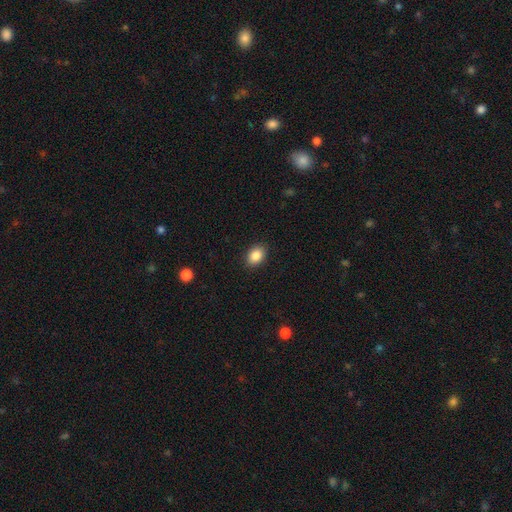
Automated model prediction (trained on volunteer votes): This is clearly a smooth galaxy (86%). How rounded: likely in between (76%). Merging: clearly none (90%).